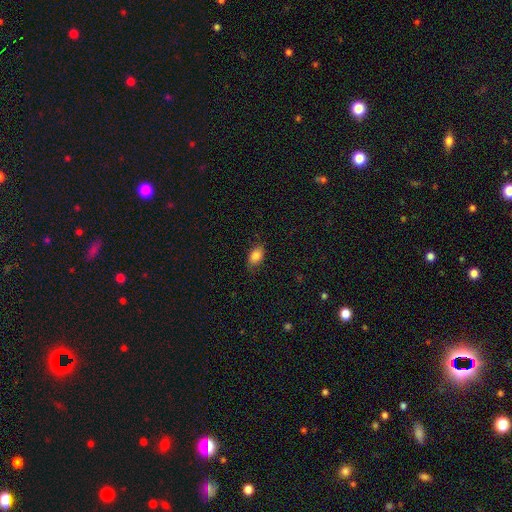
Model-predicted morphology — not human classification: A smooth galaxy with no disk features (85%) that is in between round and cigar-shaped (89%).

Vote fractions:
- Smooth or featured? smooth: 85% / star or artifact: 8% / featured or disk: 7%
- How rounded? in between: 89% / round: 9% / cigar-shaped: 2%
- Merging? none: 79% / minor disturbance: 17% / major disturbance: 4% / merger: 1%